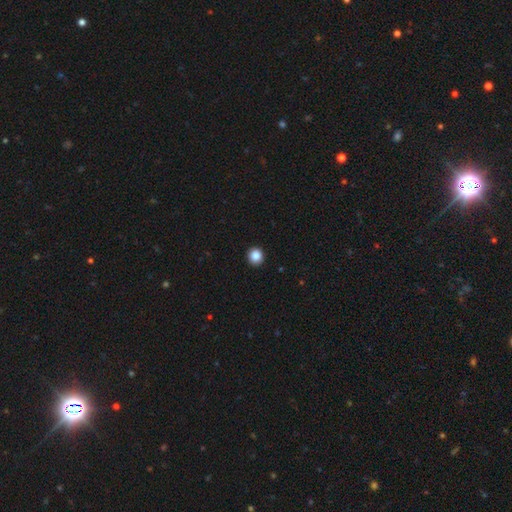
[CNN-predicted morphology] smooth-or-featured: smooth: 86% | star or artifact: 10% | featured or disk: 4%
  how-rounded: round: 91% | in between: 8% | cigar-shaped: 1%
  merging: none: 93% | minor disturbance: 5% | major disturbance: 1% | merger: 1%